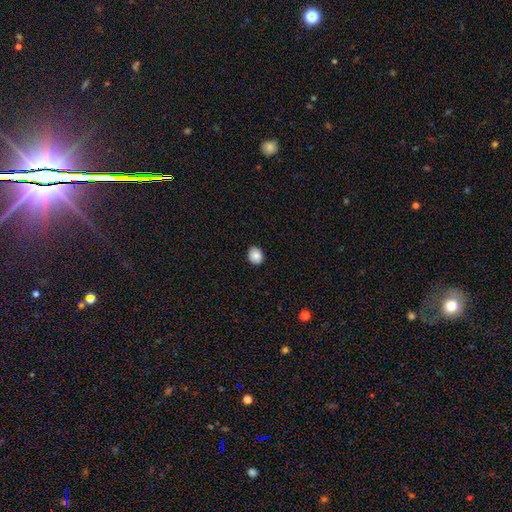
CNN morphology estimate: The model was most divided on "how rounded": round: 58%, in between: 41%, cigar-shaped: 1%. More confident: merging — none (87%); smooth or featured — smooth (84%).